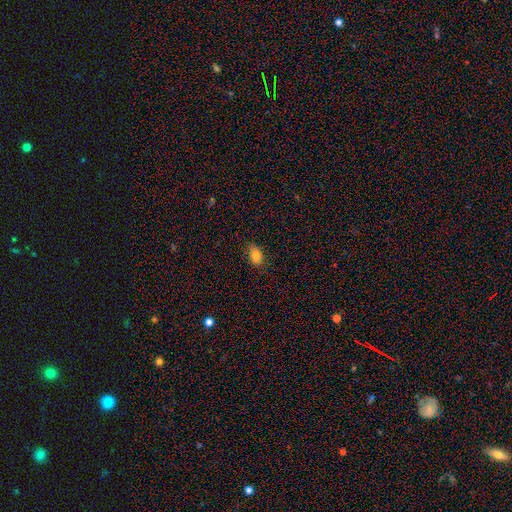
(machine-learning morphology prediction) The model was most divided on "merging": none: 80%, minor disturbance: 16%, major disturbance: 3%, merger: 1%. More confident: how rounded — in between (85%); smooth or featured — smooth (81%).